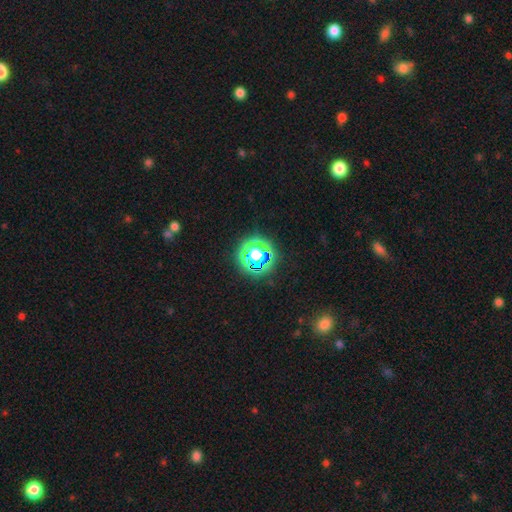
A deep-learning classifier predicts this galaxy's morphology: smooth_or_featured: star or artifact (p=0.57) [alt: smooth p=0.31]